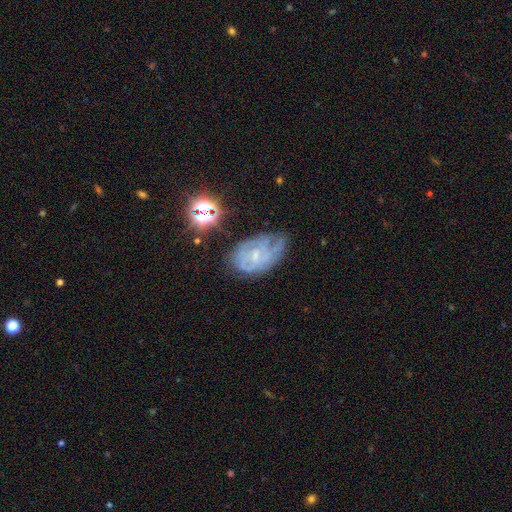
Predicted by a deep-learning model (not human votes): smooth_or_featured: featured or disk (p=0.66) [alt: smooth p=0.19]
disk_edge_on: no (p=0.96) [alt: yes p=0.04]
bar: no (p=0.60) [alt: weak p=0.33]
has_spiral_arms: yes (p=0.80) [alt: no p=0.20]
spiral_winding: tight (p=0.57) [alt: medium p=0.32]
spiral_arm_count: can't tell (p=0.52) [alt: 2 p=0.20]
bulge_size: small (p=0.66) [alt: moderate p=0.23]
merging: none (p=0.50) [alt: minor disturbance p=0.30]